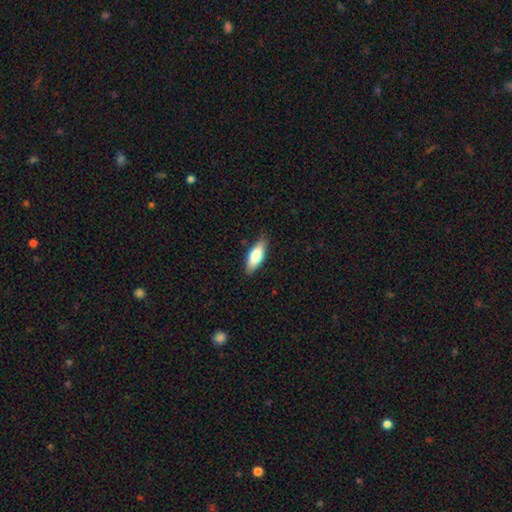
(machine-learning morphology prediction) smooth-or-featured: smooth: 72% | featured or disk: 22% | star or artifact: 6%
  how-rounded: in between: 74% | cigar-shaped: 24% | round: 2%
  merging: none: 85% | minor disturbance: 12% | major disturbance: 2% | merger: 1%